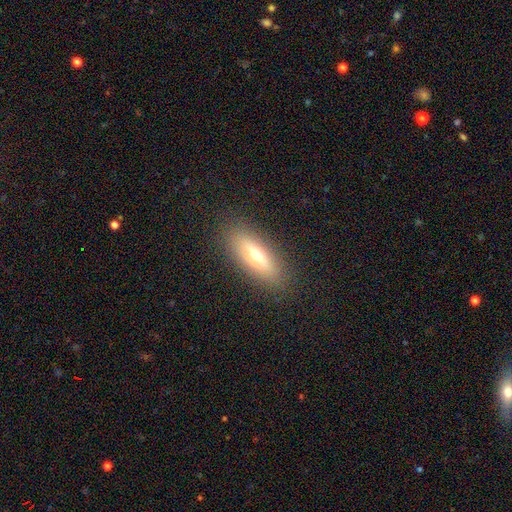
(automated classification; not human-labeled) Smooth or featured?
  - smooth: 56% *
  - featured or disk: 35%
  - star or artifact: 8%
How rounded?
  - in between: 50% *
  - cigar-shaped: 47%
  - round: 3%
Merging?
  - none: 89% *
  - minor disturbance: 7%
  - major disturbance: 2%
  - merger: 1%